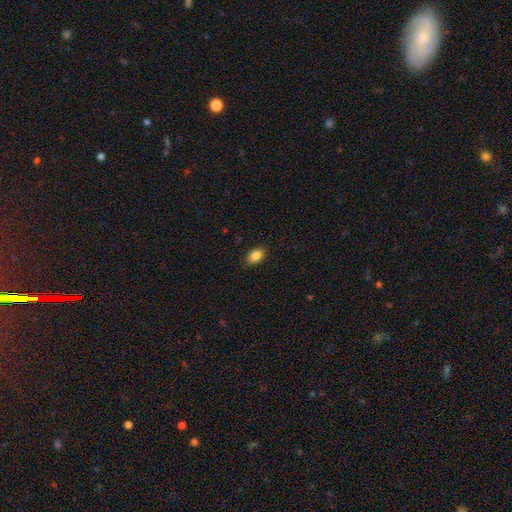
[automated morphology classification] Smooth or featured? smooth (85%)
How rounded? in between (84%)
Merging? none (86%)